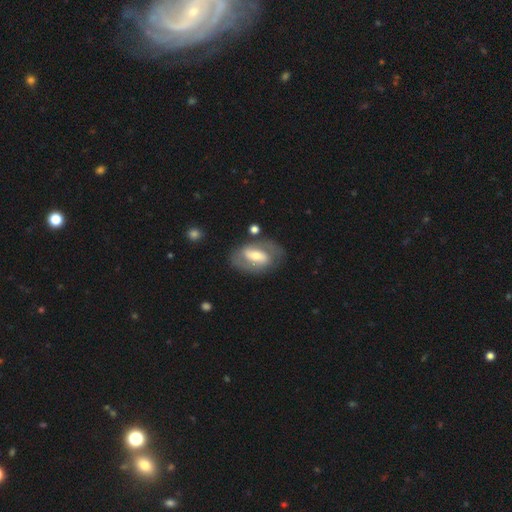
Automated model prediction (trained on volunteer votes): This appears to be a featured or disk galaxy (68%) with a strong bar (42%), spiral arms (71%) and a moderate central bulge (58%). Merging: none (72%).